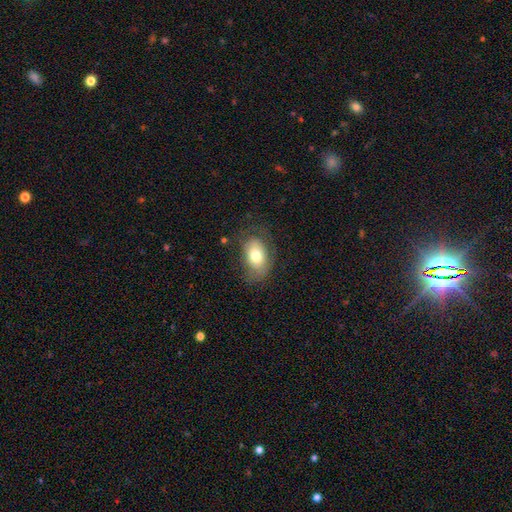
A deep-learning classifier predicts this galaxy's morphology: smooth_or_featured: smooth (p=0.71) [alt: featured or disk p=0.21]
how_rounded: in between (p=0.87) [alt: round p=0.11]
merging: none (p=0.62) [alt: minor disturbance p=0.24]